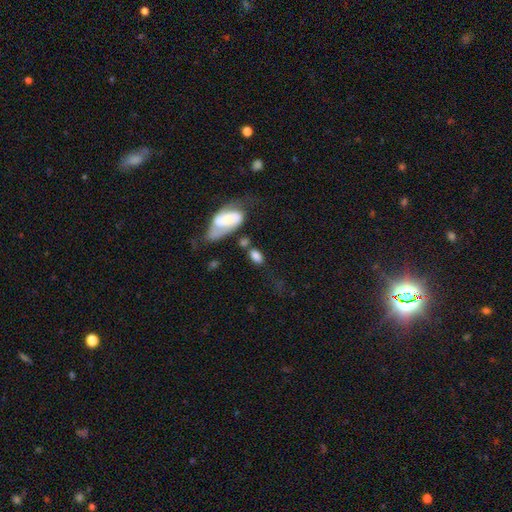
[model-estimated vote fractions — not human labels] Smooth or featured? Predicted: smooth (p=0.72). How rounded? Predicted: in between (p=0.87). Merging? Predicted: none (p=0.48).